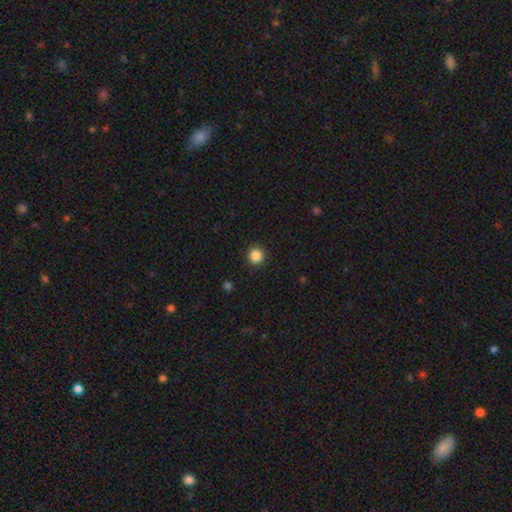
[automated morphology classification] The model was most divided on "smooth or featured": smooth: 86%, star or artifact: 11%, featured or disk: 3%. More confident: how rounded — round (94%); merging — none (93%).